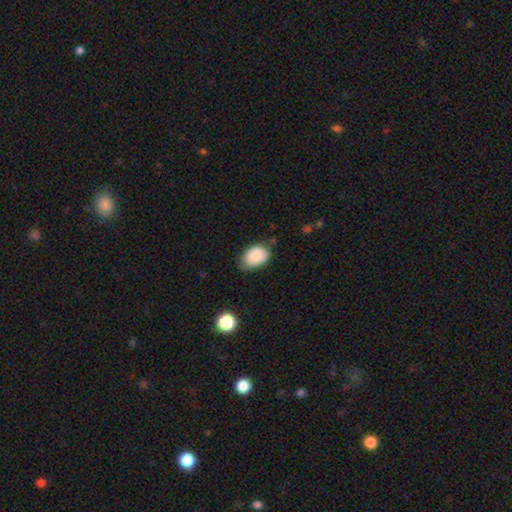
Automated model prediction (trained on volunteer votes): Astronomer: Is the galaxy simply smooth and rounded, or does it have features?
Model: smooth — 86%.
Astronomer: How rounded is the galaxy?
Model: in between — 84%.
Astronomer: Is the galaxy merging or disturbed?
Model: none — 60%.